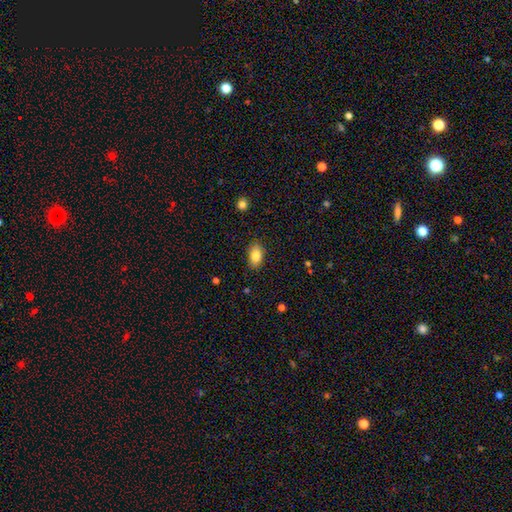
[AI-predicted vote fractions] A smooth galaxy with no disk features (86%) that is in between round and cigar-shaped (90%). Merging: none (85%).